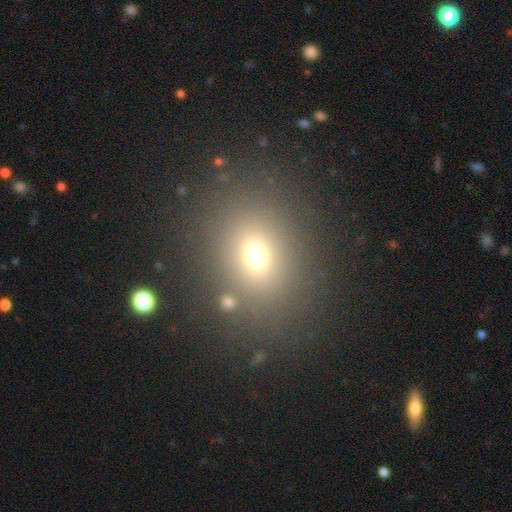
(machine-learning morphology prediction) A smooth galaxy with no disk features (69%) that is round (56%). Merging: none (81%).